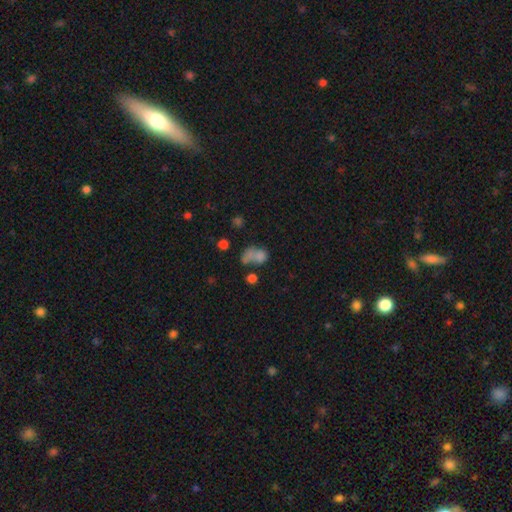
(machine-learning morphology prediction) type=smooth (70%); roundness=in between (65%); merging=merger (41%).